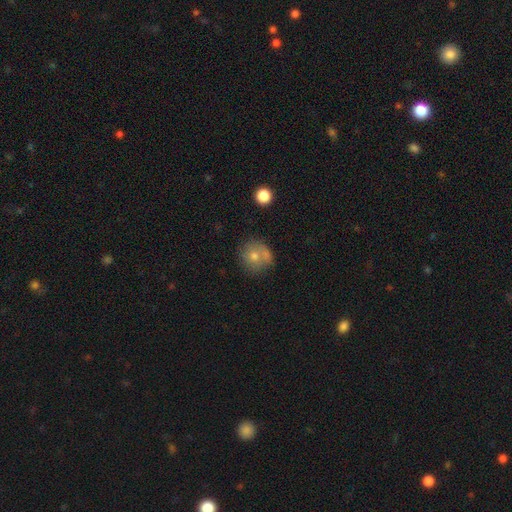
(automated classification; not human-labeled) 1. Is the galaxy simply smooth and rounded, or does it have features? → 71% smooth, 19% featured or disk, 10% star or artifact.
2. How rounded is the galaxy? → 87% round, 12% in between, 1% cigar-shaped.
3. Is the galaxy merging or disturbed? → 52% none, 25% merger, 17% minor disturbance, 7% major disturbance.